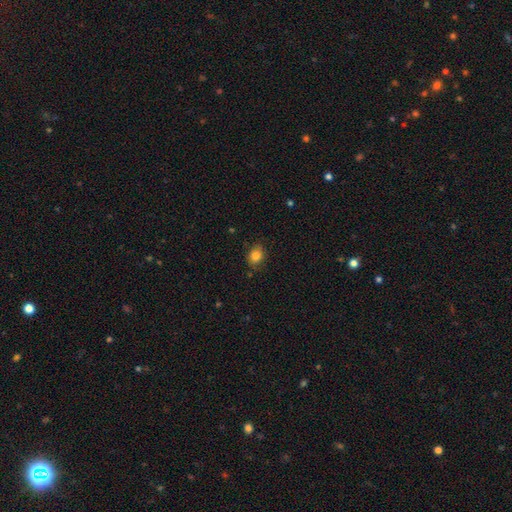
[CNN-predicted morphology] A smooth galaxy with no disk features (83%) that is round (50%). Merging: none (80%).